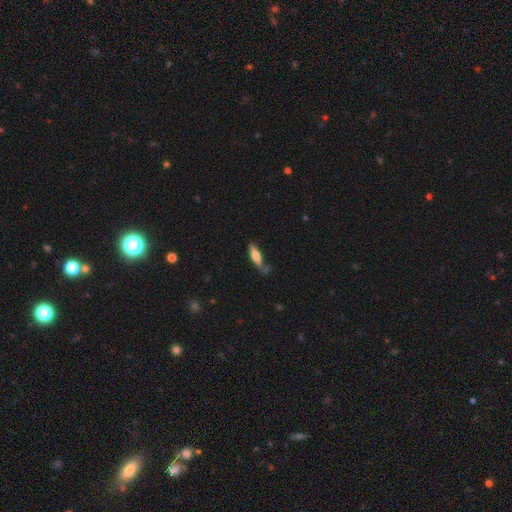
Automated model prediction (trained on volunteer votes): smooth-or-featured: smooth: 58% | featured or disk: 35% | star or artifact: 7%
  how-rounded: cigar-shaped: 64% | in between: 34% | round: 2%
  merging: none: 60% | minor disturbance: 24% | major disturbance: 8% | merger: 8%